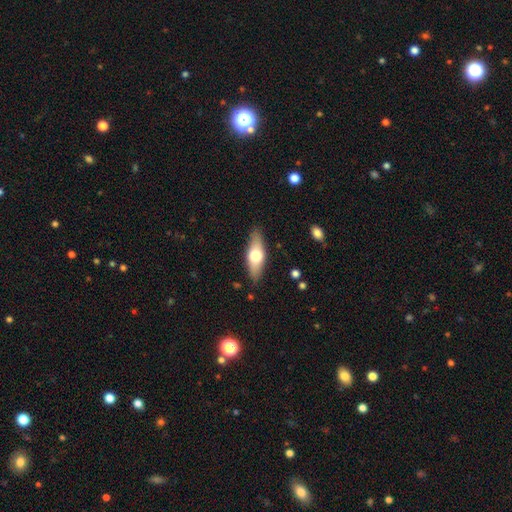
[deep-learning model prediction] The model was most divided on "smooth or featured": smooth: 53%, featured or disk: 41%, star or artifact: 6%. More confident: merging — none (86%); how rounded — in between (61%).